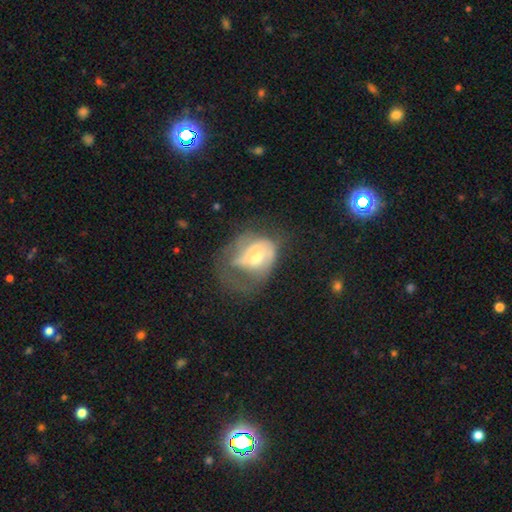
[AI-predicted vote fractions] A featured or disk galaxy (52%) with no bar (71%), spiral arms (51%) and a moderate central bulge (61%).

Vote fractions:
- Smooth or featured? featured or disk: 52% / smooth: 40% / star or artifact: 8%
- Edge-on disk? no: 96% / yes: 4%
- Bar? no: 71% / weak: 24% / strong: 5%
- Spiral arms? yes: 51% / no: 49%
- Bulge size? moderate: 61% / small: 26% / large: 9% / none: 2% / dominant: 1%
- Merging? major disturbance: 48% / none: 24% / minor disturbance: 24% / merger: 3%